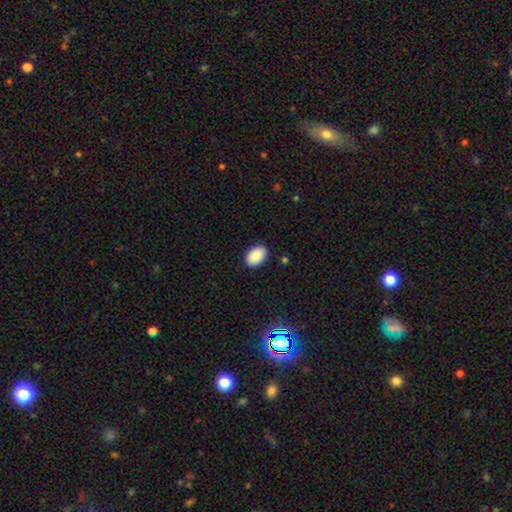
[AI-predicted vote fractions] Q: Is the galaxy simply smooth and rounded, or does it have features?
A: smooth — 90%.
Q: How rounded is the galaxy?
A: in between — 90%.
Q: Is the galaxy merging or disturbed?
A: none — 88%.